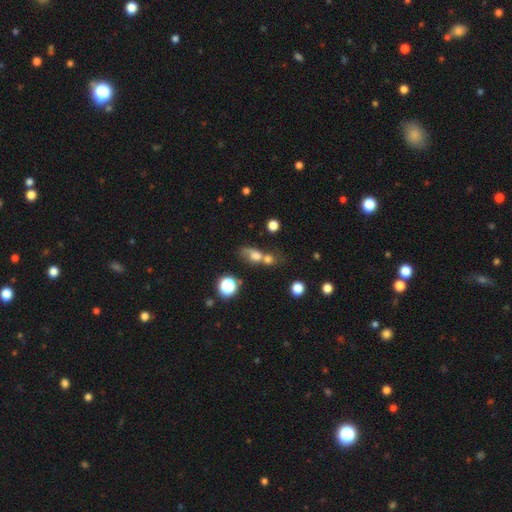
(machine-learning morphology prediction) smooth-or-featured: smooth: 66% | featured or disk: 17% | star or artifact: 16%
  how-rounded: in between: 48% | round: 47% | cigar-shaped: 6%
  merging: merger: 53% | none: 24% | major disturbance: 12% | minor disturbance: 11%